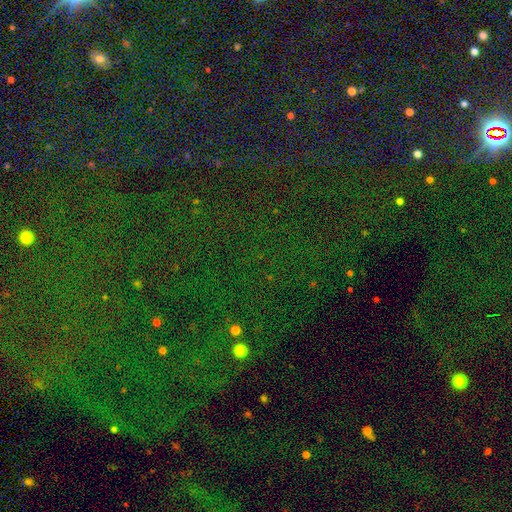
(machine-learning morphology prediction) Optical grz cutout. It shows a star or artifact, not a galaxy (83%).